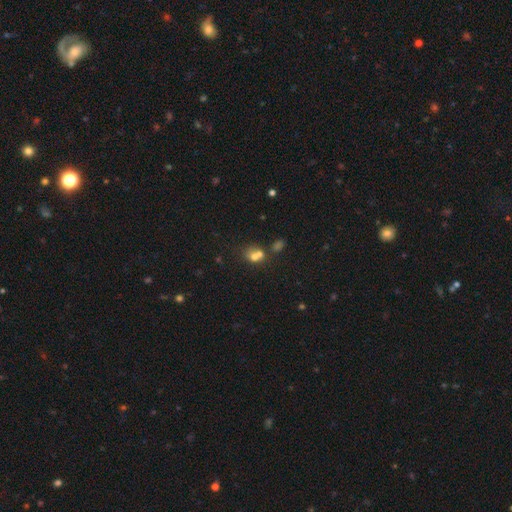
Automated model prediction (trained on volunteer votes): Smooth or featured? smooth (64%)
How rounded? round (60%)
Merging? merger (59%)